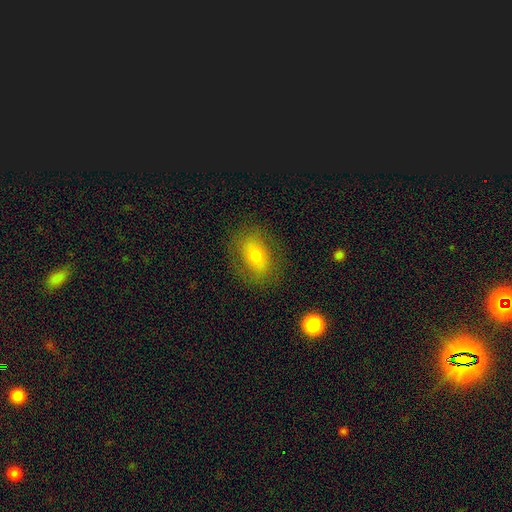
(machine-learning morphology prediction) This is likely a smooth galaxy (63%). How rounded: likely in between (75%). Merging: clearly none (81%).